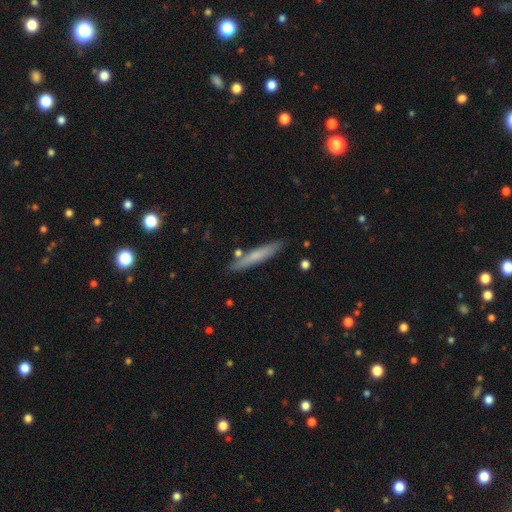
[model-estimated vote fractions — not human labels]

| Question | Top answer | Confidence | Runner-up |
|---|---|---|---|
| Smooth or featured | smooth | 65% | featured or disk (29%) |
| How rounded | cigar-shaped | 93% | in between (5%) |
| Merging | none | 84% | minor disturbance (10%) |